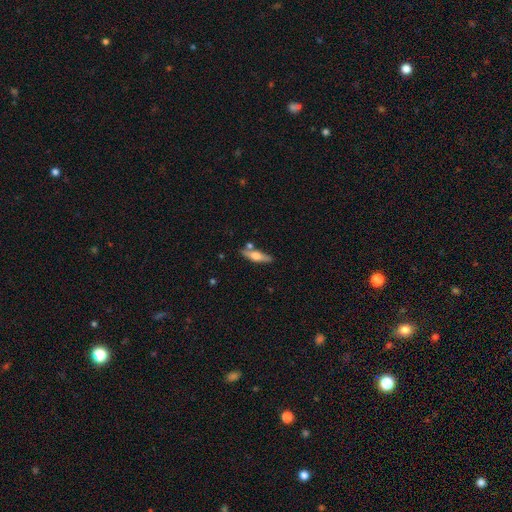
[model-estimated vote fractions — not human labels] Smooth or featured: featured or disk — 50% (smooth — 44%)
Edge-on disk: yes — 90% (no — 10%)
Merging: none — 76% (minor disturbance — 12%)